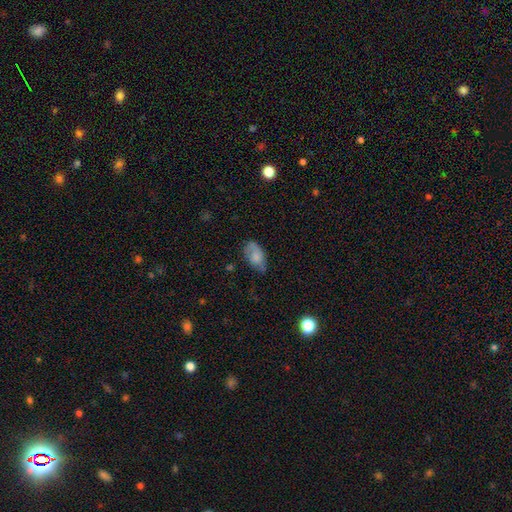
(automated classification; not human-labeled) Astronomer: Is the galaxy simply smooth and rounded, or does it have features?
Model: smooth — 70%.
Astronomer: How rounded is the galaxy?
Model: in between — 92%.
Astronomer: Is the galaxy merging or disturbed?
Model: none — 59%.